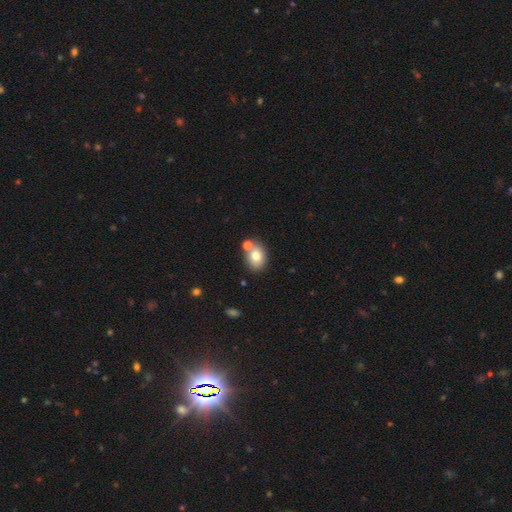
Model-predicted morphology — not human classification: smooth_or_featured: smooth (p=0.76) [alt: featured or disk p=0.14]
how_rounded: in between (p=0.61) [alt: round p=0.38]
merging: none (p=0.62) [alt: merger p=0.23]